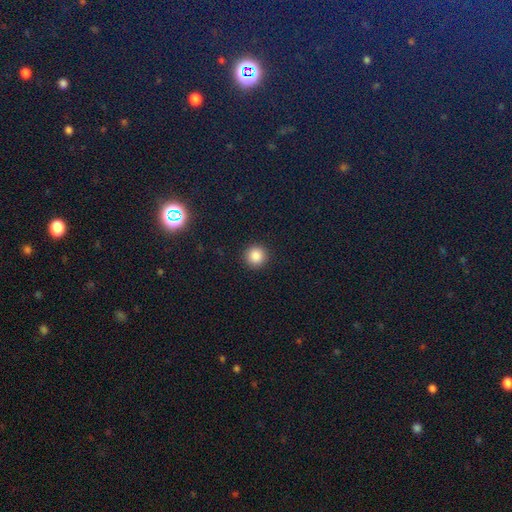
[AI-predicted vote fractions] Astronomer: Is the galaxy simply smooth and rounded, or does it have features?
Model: smooth — 86%.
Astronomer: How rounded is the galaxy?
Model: round — 95%.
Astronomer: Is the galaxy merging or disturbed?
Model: none — 92%.